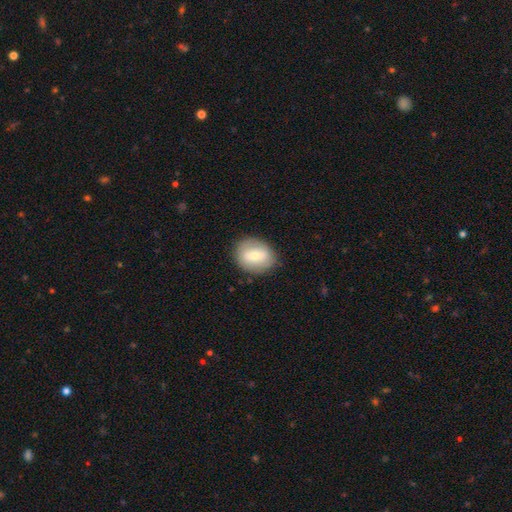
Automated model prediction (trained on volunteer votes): This appears to be a smooth galaxy with no disk features (63%) that is round (53%). Merging: none (82%).